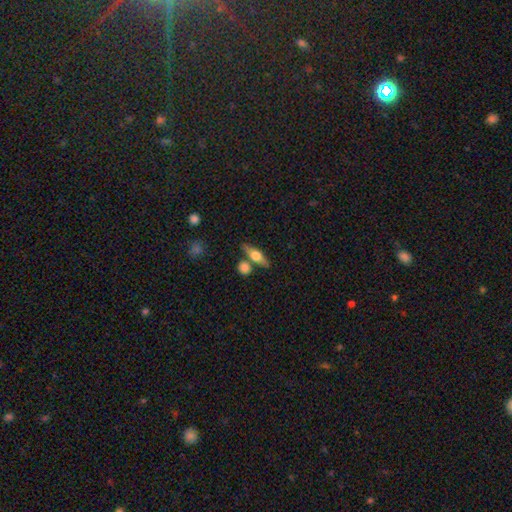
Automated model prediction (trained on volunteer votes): A smooth galaxy with no disk features (49%). Merging: none (72%).